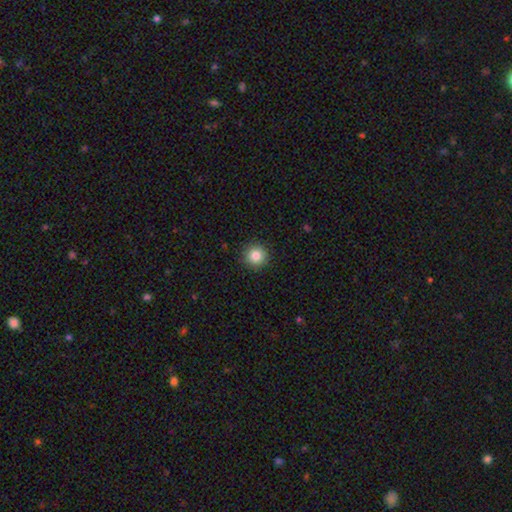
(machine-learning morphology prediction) Overall: smooth (85%). How rounded: round (94%). Merging: none (91%).